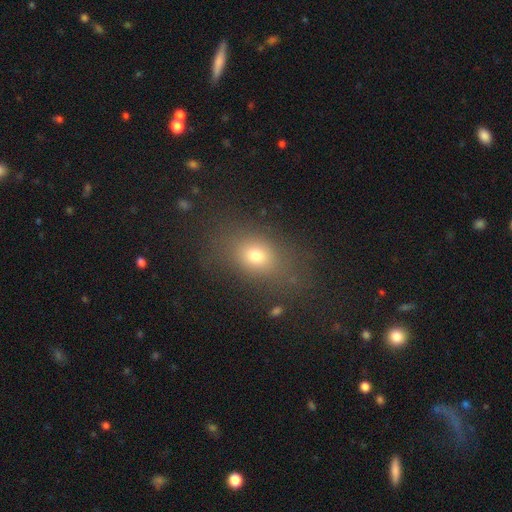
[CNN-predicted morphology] This appears to be a smooth galaxy with no disk features (70%) that is in between round and cigar-shaped (66%). Merging: none (81%).